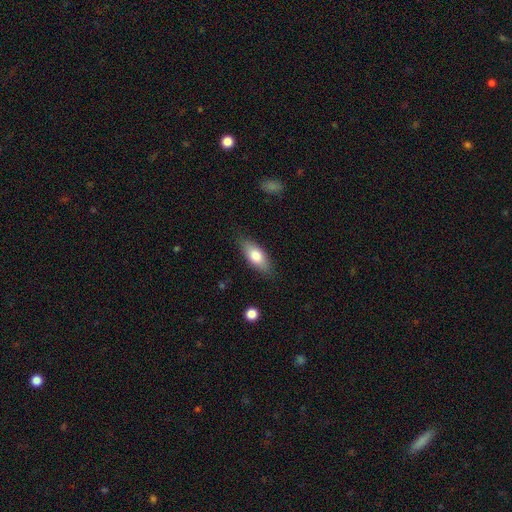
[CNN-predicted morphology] This is likely a smooth galaxy (75%). How rounded: likely in between (77%). Merging: clearly none (83%).